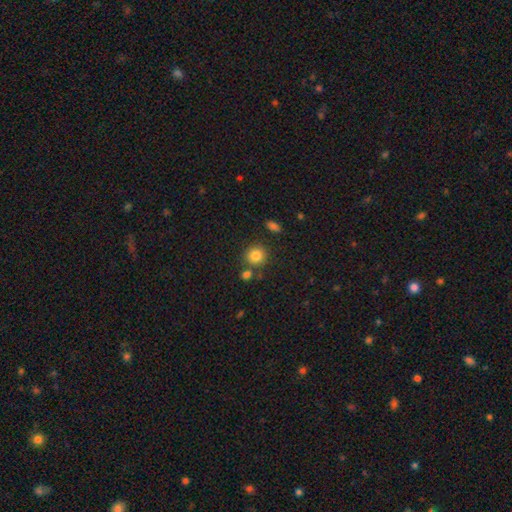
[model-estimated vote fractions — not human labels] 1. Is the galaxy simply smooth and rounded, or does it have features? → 83% smooth, 11% star or artifact, 7% featured or disk.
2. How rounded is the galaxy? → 88% round, 11% in between, 1% cigar-shaped.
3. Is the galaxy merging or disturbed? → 76% none, 12% merger, 9% minor disturbance, 3% major disturbance.